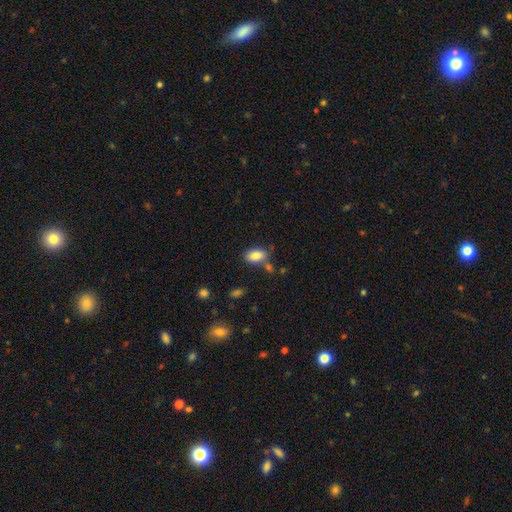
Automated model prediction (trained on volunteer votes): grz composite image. It shows a smooth galaxy with no disk features (85%) that is in between round and cigar-shaped (91%). Merging: none (70%).